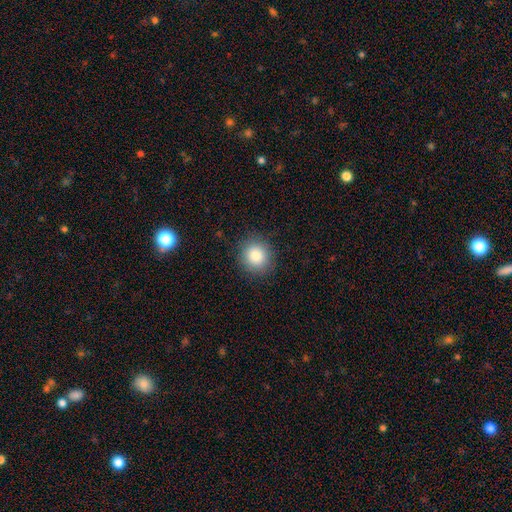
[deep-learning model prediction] A smooth galaxy with no disk features (83%) that is round (90%).

Vote fractions:
- Smooth or featured? smooth: 83% / star or artifact: 10% / featured or disk: 7%
- How rounded? round: 90% / in between: 9% / cigar-shaped: 1%
- Merging? none: 89% / minor disturbance: 7% / major disturbance: 3% / merger: 1%